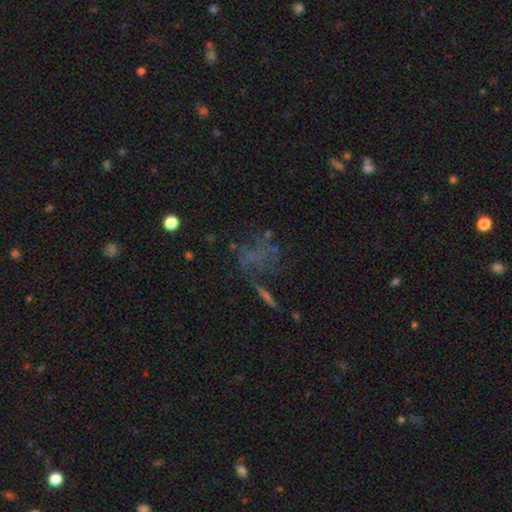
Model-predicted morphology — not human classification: smooth_or_featured: featured or disk (p=0.39) [alt: smooth p=0.32]
merging: none (p=0.43) [alt: major disturbance p=0.31]